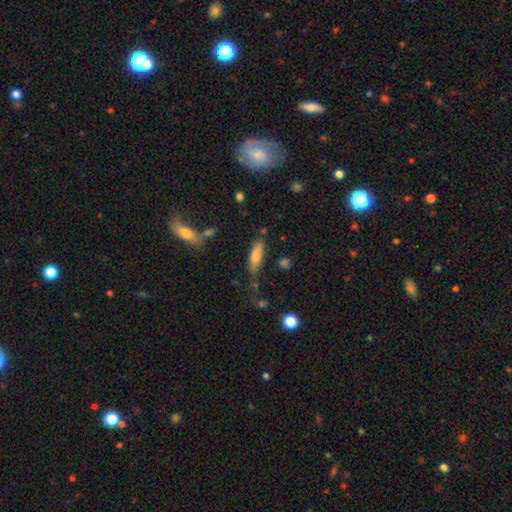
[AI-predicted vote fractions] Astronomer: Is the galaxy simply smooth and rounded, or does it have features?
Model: smooth — 74%.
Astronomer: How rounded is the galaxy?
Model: cigar-shaped — 53% (runner-up: in between, 45%).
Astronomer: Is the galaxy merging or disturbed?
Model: none — 71%.